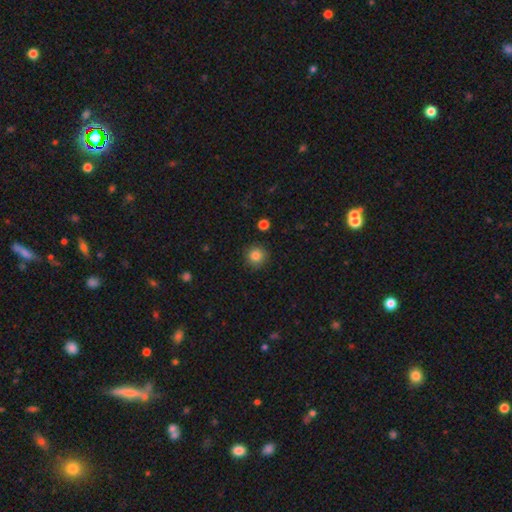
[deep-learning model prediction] Smooth or featured? Predicted: smooth (p=0.85). How rounded? Predicted: round (p=0.94). Merging? Predicted: none (p=0.90).